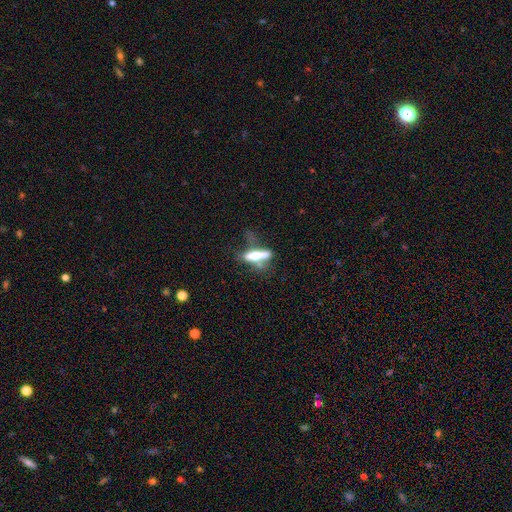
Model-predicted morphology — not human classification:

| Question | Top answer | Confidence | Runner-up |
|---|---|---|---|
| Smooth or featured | featured or disk | 47% | smooth (45%) |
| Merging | none | 34% | major disturbance (25%) |